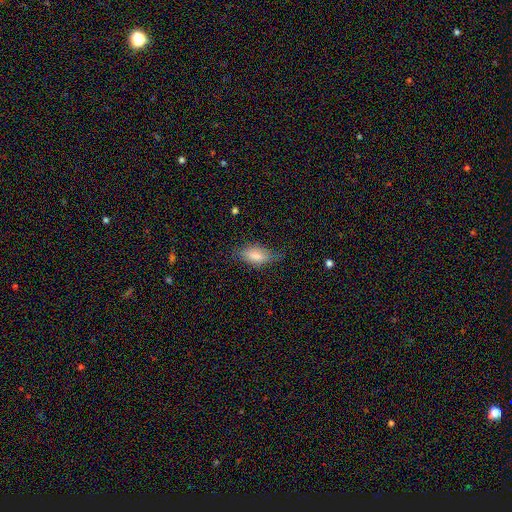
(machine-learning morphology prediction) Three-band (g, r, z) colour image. It shows a smooth galaxy with no disk features (78%) that is in between round and cigar-shaped (85%). Merging: none (60%).